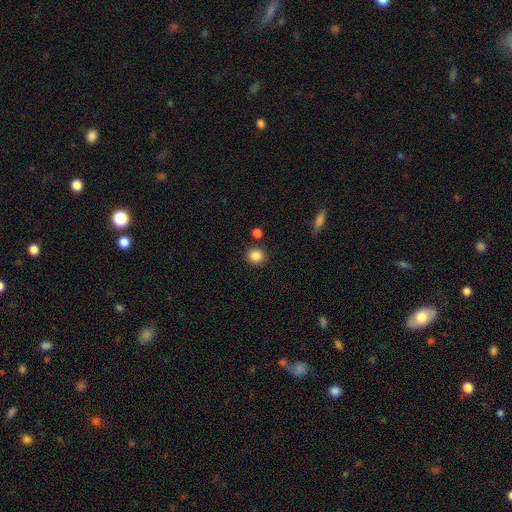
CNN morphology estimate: Q: Smooth or featured?
A: smooth (86%); runner-up: star or artifact (10%)
Q: How rounded?
A: round (81%); runner-up: in between (18%)
Q: Merging?
A: none (85%); runner-up: minor disturbance (8%)